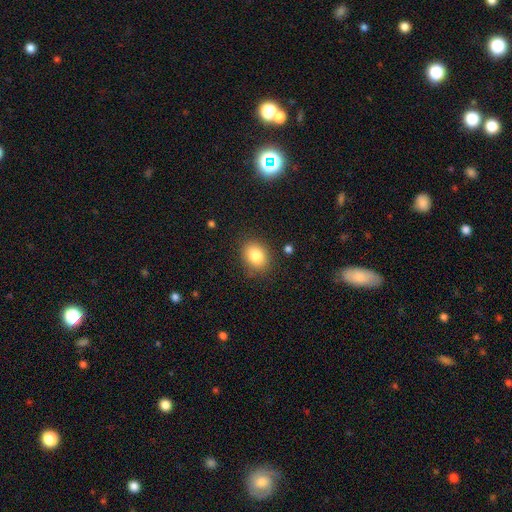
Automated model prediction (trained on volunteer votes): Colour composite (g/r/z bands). It shows a smooth galaxy with no disk features (83%) that is in between round and cigar-shaped (56%). Merging: none (84%).